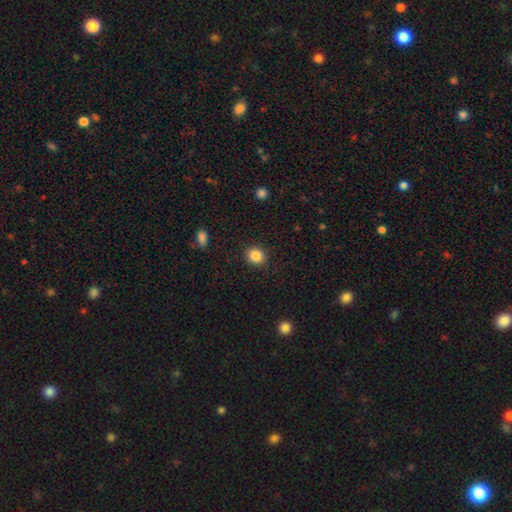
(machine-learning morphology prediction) Smooth or featured: smooth — 86% (star or artifact — 10%)
How rounded: round — 85% (in between — 15%)
Merging: none — 91% (minor disturbance — 6%)